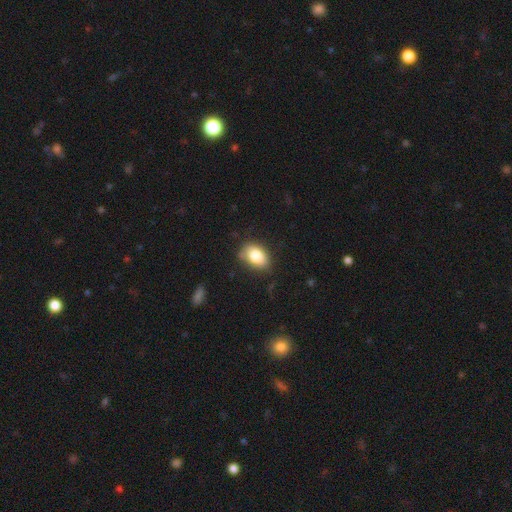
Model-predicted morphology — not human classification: Smooth or featured? smooth (81%)
How rounded? in between (82%)
Merging? none (73%)